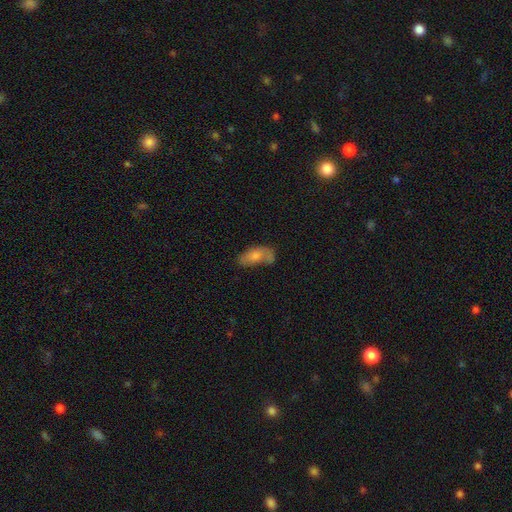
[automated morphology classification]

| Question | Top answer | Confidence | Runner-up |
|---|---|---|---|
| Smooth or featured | smooth | 70% | featured or disk (22%) |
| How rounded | in between | 89% | cigar-shaped (8%) |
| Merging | none | 42% | minor disturbance (30%) |